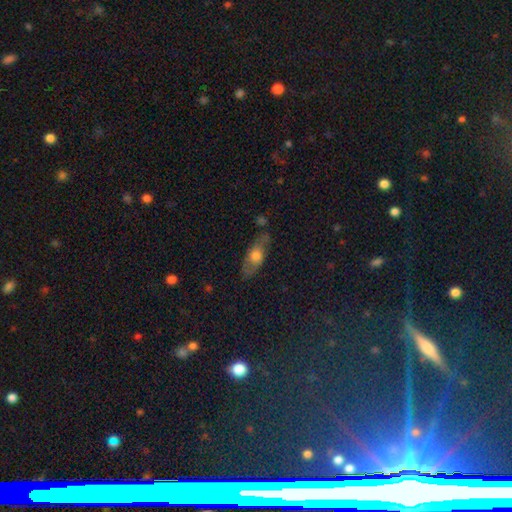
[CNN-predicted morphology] Overall: smooth (52%; featured or disk 40%). How rounded: in between (71%). Merging: none (66%).